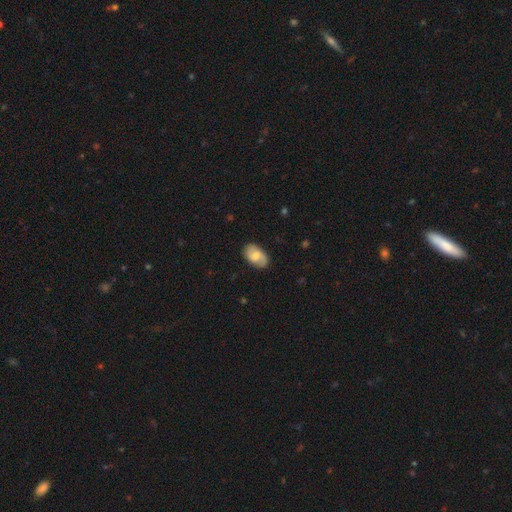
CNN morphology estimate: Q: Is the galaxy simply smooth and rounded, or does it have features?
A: smooth — 47%.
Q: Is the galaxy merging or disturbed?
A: none — 80%.